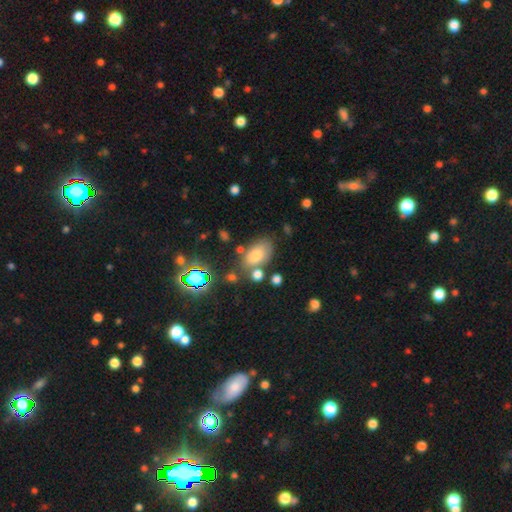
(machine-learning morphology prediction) A smooth galaxy with no disk features (70%) that is in between round and cigar-shaped (88%). Merging: none (65%).